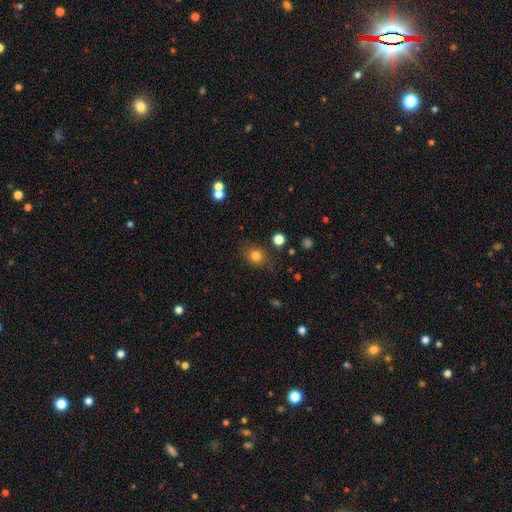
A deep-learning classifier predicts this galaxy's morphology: This appears to be a smooth galaxy with no disk features (80%) that is round (68%). Merging: none (80%).